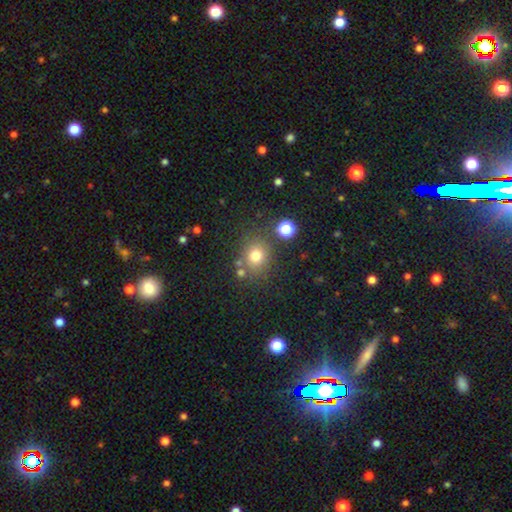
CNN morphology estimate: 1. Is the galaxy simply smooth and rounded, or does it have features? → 73% smooth, 17% star or artifact, 10% featured or disk.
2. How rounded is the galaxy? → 74% round, 25% in between, 1% cigar-shaped.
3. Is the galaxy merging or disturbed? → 75% none, 12% minor disturbance, 9% merger, 5% major disturbance.